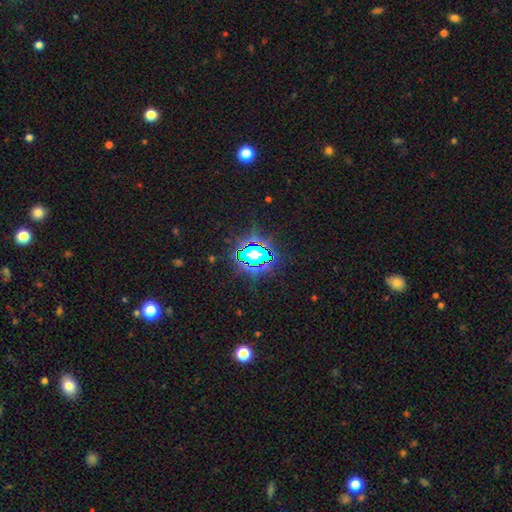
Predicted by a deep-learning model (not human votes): star or artifact 74%, smooth 16%, featured or disk 10%.